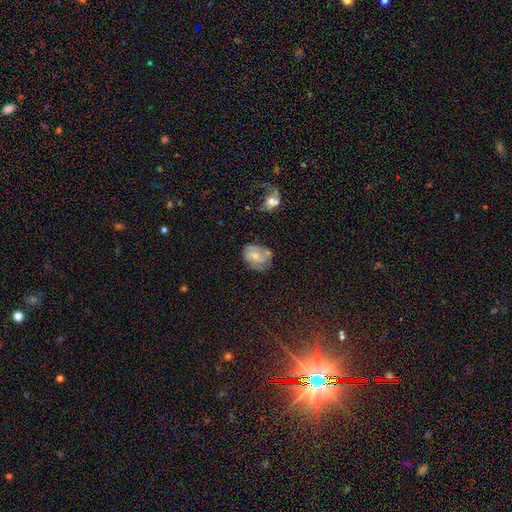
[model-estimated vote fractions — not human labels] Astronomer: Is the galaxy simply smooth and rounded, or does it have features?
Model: featured or disk — 49% (runner-up: smooth, 42%).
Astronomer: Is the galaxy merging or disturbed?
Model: none — 55%.